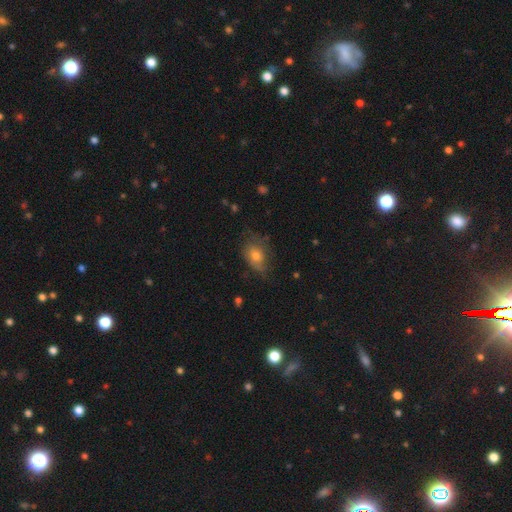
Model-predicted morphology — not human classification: smooth 69%, featured or disk 21%, star or artifact 10%. Down the decision tree: how rounded — in between (71%); merging — none (54%).